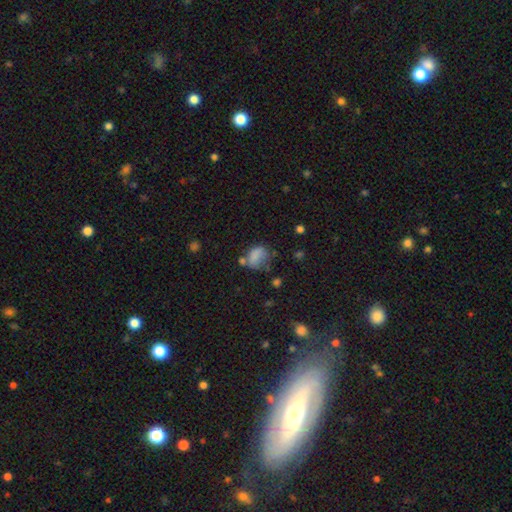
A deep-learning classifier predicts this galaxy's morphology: A smooth galaxy with no disk features (73%) that is in between round and cigar-shaped (55%).

Vote fractions:
- Smooth or featured? smooth: 73% / featured or disk: 15% / star or artifact: 12%
- How rounded? in between: 55% / round: 44% / cigar-shaped: 1%
- Merging? none: 35% / minor disturbance: 28% / major disturbance: 22% / merger: 15%